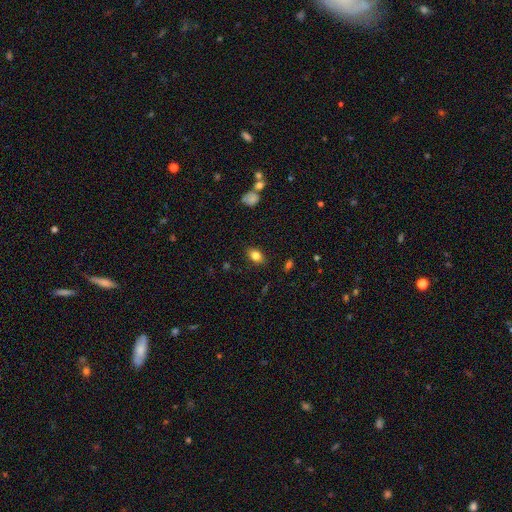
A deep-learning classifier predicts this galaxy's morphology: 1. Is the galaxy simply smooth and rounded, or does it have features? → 82% smooth, 10% star or artifact, 8% featured or disk.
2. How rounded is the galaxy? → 77% in between, 21% round, 2% cigar-shaped.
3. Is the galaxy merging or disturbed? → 85% none, 11% minor disturbance, 3% major disturbance, 1% merger.